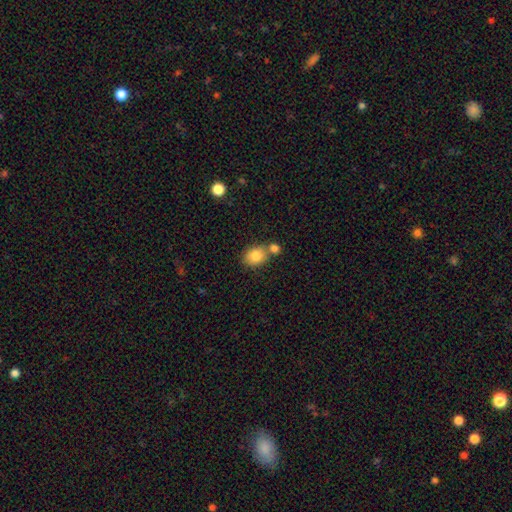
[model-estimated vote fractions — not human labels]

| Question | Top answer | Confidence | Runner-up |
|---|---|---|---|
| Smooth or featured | smooth | 85% | star or artifact (8%) |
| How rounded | in between | 63% | round (36%) |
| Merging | none | 52% | merger (32%) |